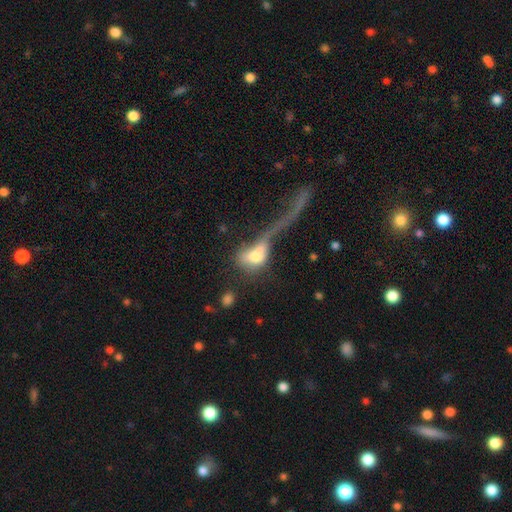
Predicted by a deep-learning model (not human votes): Smooth or featured?
  - smooth: 59% *
  - featured or disk: 31%
  - star or artifact: 10%
How rounded?
  - in between: 73% *
  - round: 20%
  - cigar-shaped: 7%
Merging?
  - major disturbance: 57% *
  - merger: 22%
  - none: 12%
  - minor disturbance: 9%